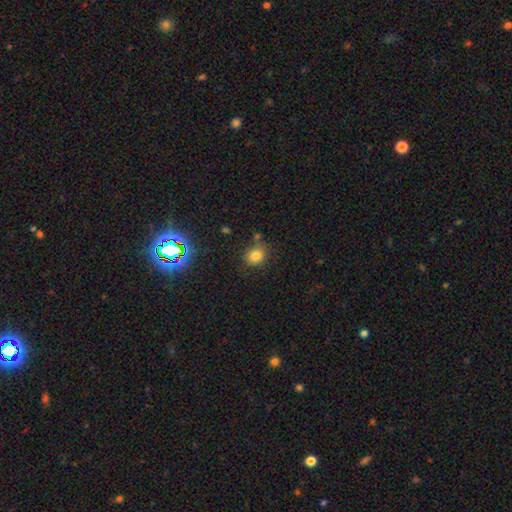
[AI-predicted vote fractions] smooth 78%, star or artifact 15%, featured or disk 7%. Down the decision tree: how rounded — round (75%); merging — none (76%).